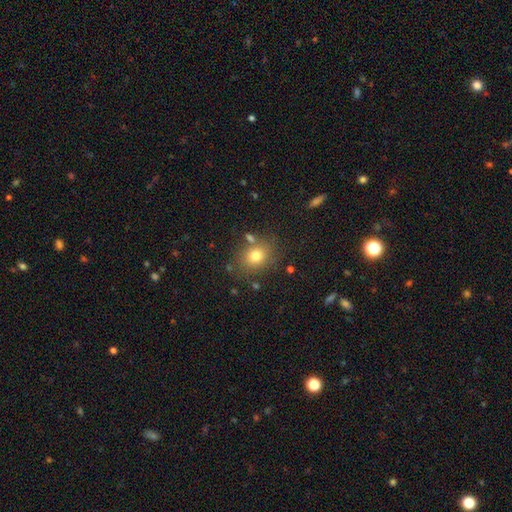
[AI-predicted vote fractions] This is likely a smooth galaxy (76%). How rounded: possibly round (56%). Merging: likely none (77%).